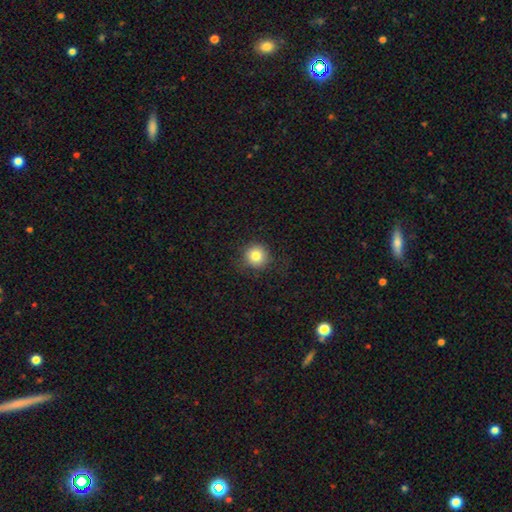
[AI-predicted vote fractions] smooth 82%, star or artifact 11%, featured or disk 7%. Down the decision tree: how rounded — round (94%); merging — none (85%).